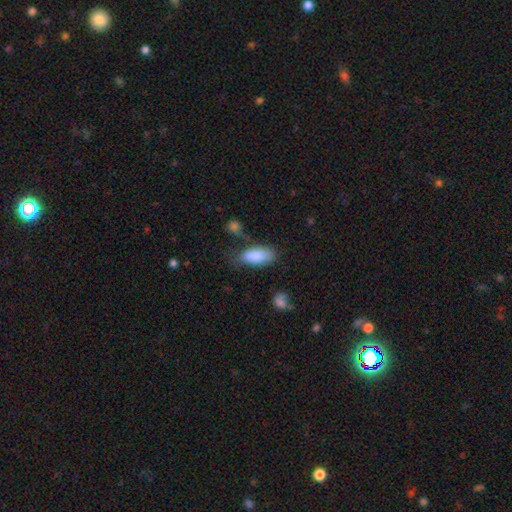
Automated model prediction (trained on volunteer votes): Q: Smooth or featured?
A: smooth (87%); runner-up: featured or disk (7%)
Q: How rounded?
A: in between (88%); runner-up: cigar-shaped (10%)
Q: Merging?
A: none (58%); runner-up: minor disturbance (26%)